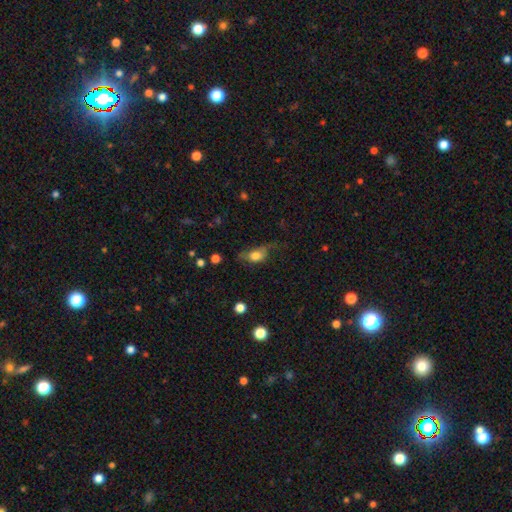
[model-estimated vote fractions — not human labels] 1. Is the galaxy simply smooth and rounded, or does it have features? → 72% smooth, 19% featured or disk, 10% star or artifact.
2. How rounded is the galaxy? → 75% in between, 18% round, 7% cigar-shaped.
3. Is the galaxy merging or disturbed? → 38% none, 31% minor disturbance, 29% major disturbance, 3% merger.